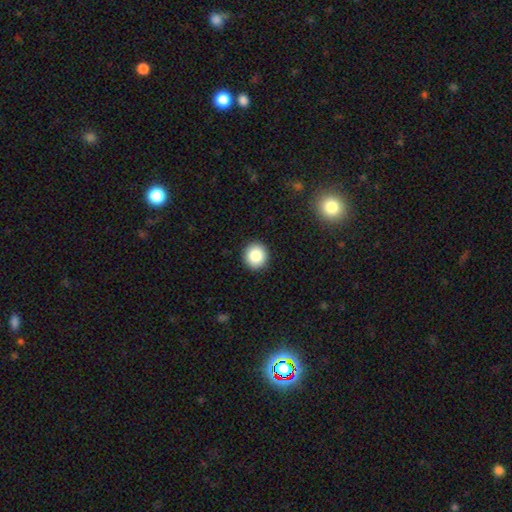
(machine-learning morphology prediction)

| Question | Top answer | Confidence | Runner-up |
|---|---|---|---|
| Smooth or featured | smooth | 85% | star or artifact (9%) |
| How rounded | round | 90% | in between (9%) |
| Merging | none | 93% | minor disturbance (5%) |